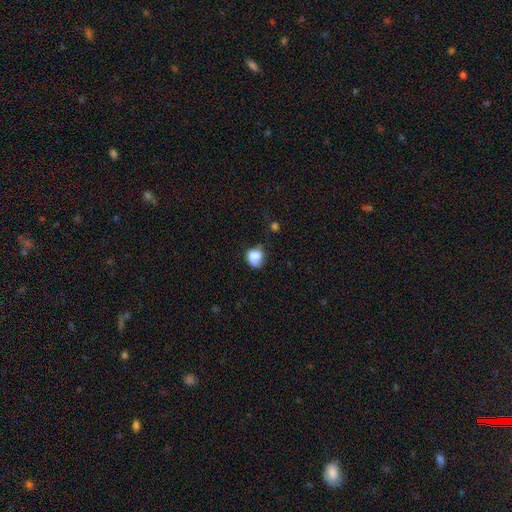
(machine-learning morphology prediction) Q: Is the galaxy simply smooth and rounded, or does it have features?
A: smooth — 82%.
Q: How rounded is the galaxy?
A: round — 63%.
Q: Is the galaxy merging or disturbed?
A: none — 44%.